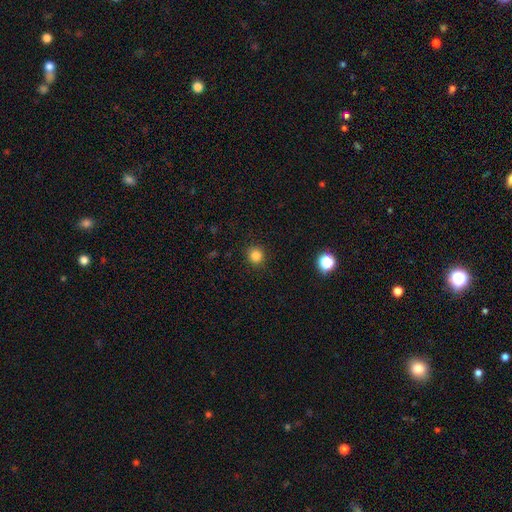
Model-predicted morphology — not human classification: type=smooth (84%); roundness=round (93%); merging=none (91%).